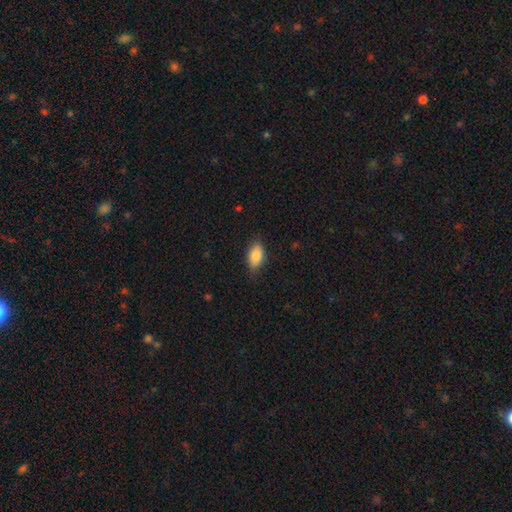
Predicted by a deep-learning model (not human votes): Morphology: type=smooth (86%); roundness=in between (91%); merging=none (81%).